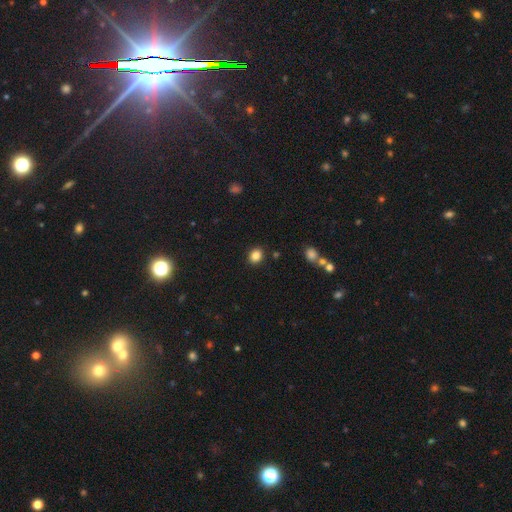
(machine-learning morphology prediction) This is clearly a smooth galaxy (85%). How rounded: likely round (64%). Merging: clearly none (89%).